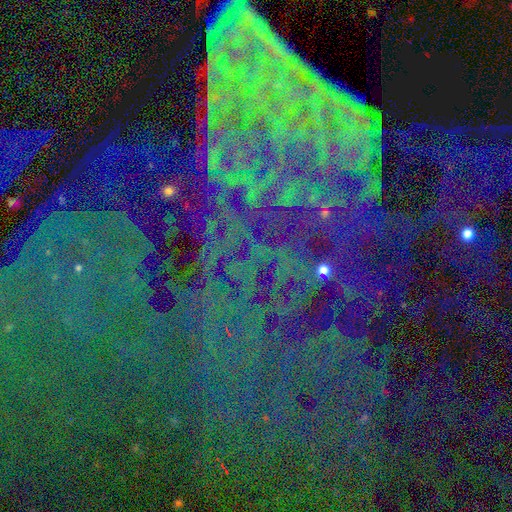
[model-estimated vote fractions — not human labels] A star or artifact, not a galaxy (84%).

Vote fractions:
- Smooth or featured? star or artifact: 84% / featured or disk: 9% / smooth: 8%